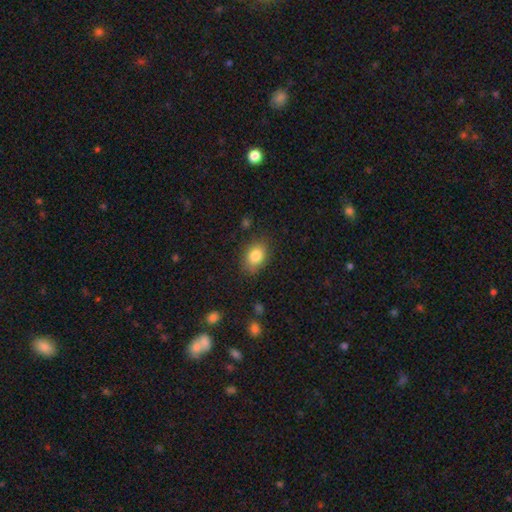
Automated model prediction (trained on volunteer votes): Overall: smooth (83%). How rounded: in between (76%). Merging: none (81%).